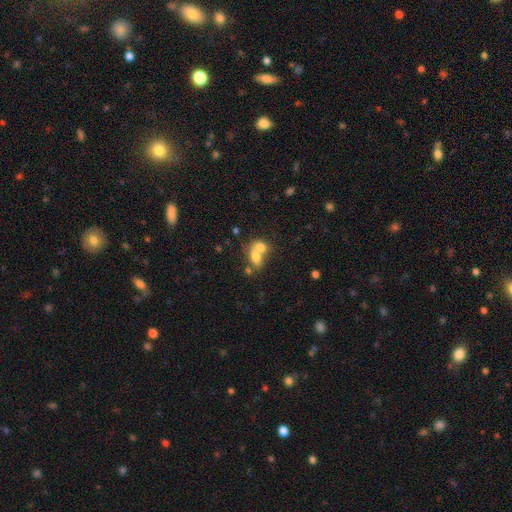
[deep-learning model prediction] Smooth or featured?
  - smooth: 71% *
  - featured or disk: 19%
  - star or artifact: 10%
How rounded?
  - in between: 76% *
  - round: 20%
  - cigar-shaped: 4%
Merging?
  - merger: 70% *
  - none: 20%
  - minor disturbance: 6%
  - major disturbance: 4%